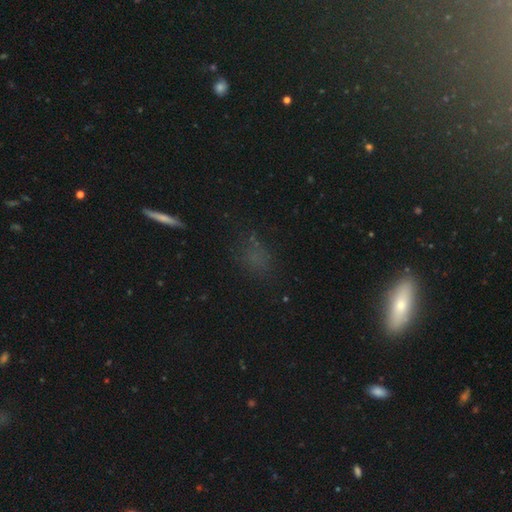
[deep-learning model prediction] Smooth or featured? smooth (52%)
How rounded? in between (59%)
Merging? none (61%)